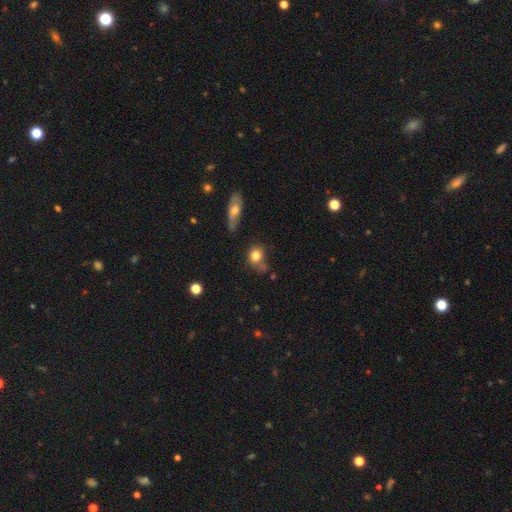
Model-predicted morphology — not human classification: smooth-or-featured: smooth: 79% | featured or disk: 11% | star or artifact: 10%
  how-rounded: round: 63% | in between: 35% | cigar-shaped: 2%
  merging: none: 50% | minor disturbance: 27% | merger: 12% | major disturbance: 11%